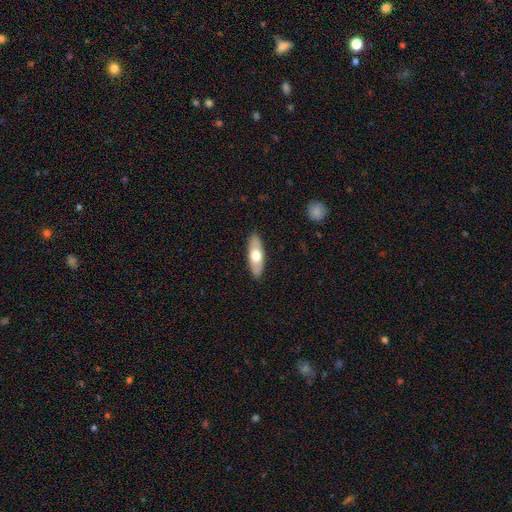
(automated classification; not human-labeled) smooth 60%, featured or disk 35%, star or artifact 5%. Down the decision tree: how rounded — in between (69%); merging — none (88%).